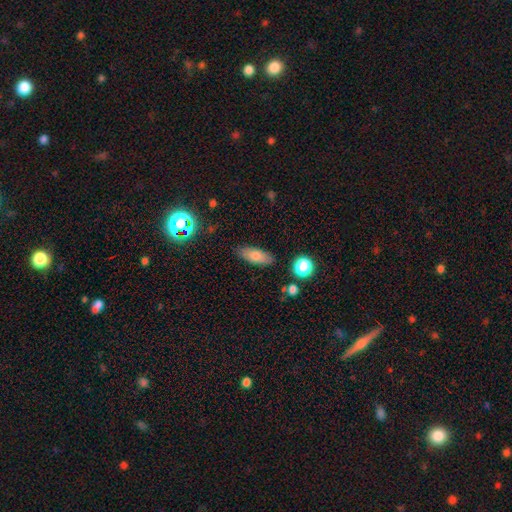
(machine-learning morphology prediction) Smooth or featured?
  - smooth: 73% *
  - featured or disk: 17%
  - star or artifact: 11%
How rounded?
  - in between: 72% *
  - cigar-shaped: 23%
  - round: 4%
Merging?
  - none: 86% *
  - minor disturbance: 10%
  - major disturbance: 2%
  - merger: 2%